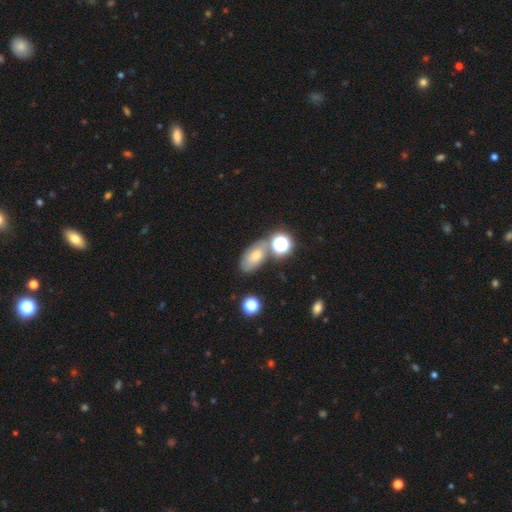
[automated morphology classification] A smooth galaxy with no disk features (53%) that is in between round and cigar-shaped (80%). Merging: none (64%).